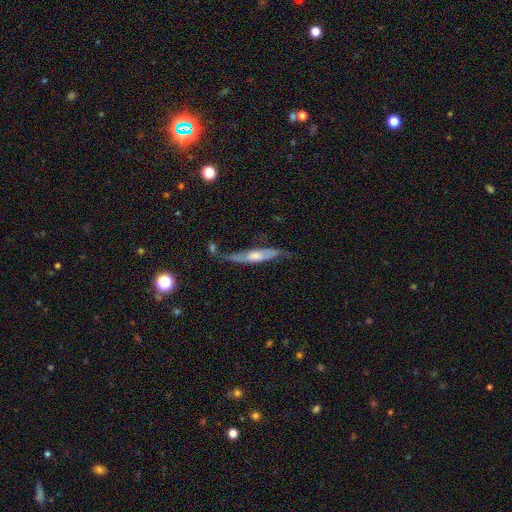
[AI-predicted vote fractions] This is possibly a featured or disk galaxy (59%). It is likely viewed edge-on (62%). Merging: possibly none (47%).